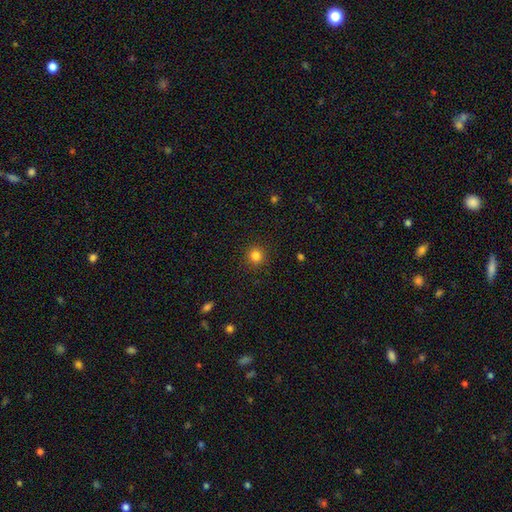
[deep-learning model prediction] Q: Smooth or featured?
A: smooth (84%); runner-up: star or artifact (12%)
Q: How rounded?
A: round (92%); runner-up: in between (7%)
Q: Merging?
A: none (91%); runner-up: minor disturbance (6%)